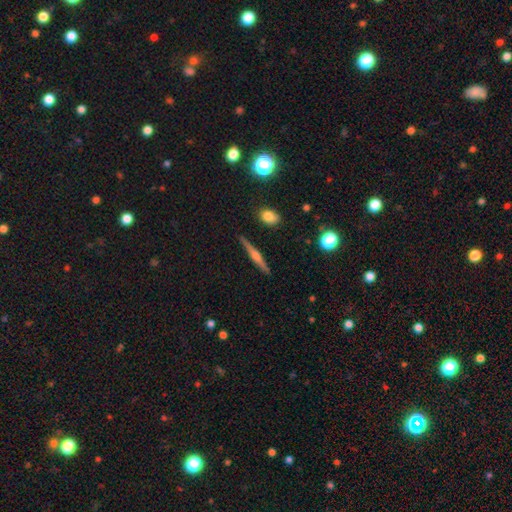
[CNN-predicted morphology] featured or disk 69%, smooth 24%, star or artifact 7%. Down the decision tree: edge-on disk — yes (98%); edge-on bulge — rounded (82%); merging — none (90%).